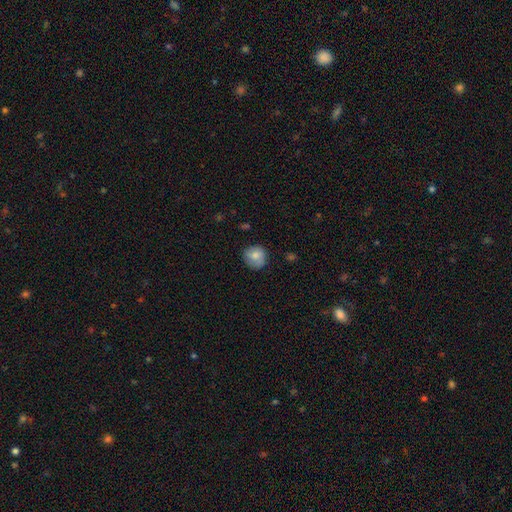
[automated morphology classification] smooth-or-featured: smooth: 79% | featured or disk: 13% | star or artifact: 8%
  how-rounded: round: 87% | in between: 12% | cigar-shaped: 1%
  merging: none: 75% | minor disturbance: 19% | major disturbance: 4% | merger: 1%